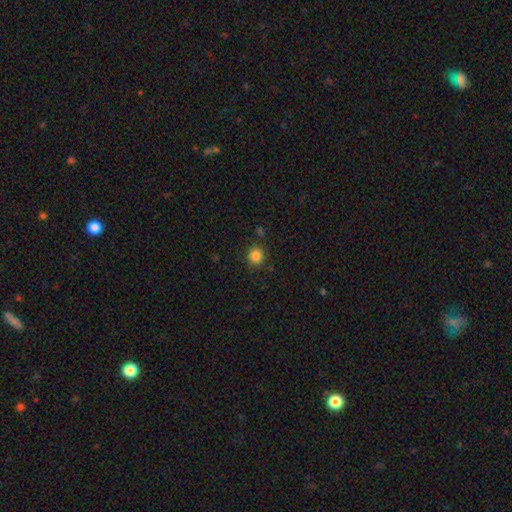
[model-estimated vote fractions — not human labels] Morphology: type=smooth (85%); roundness=round (89%); merging=none (86%).